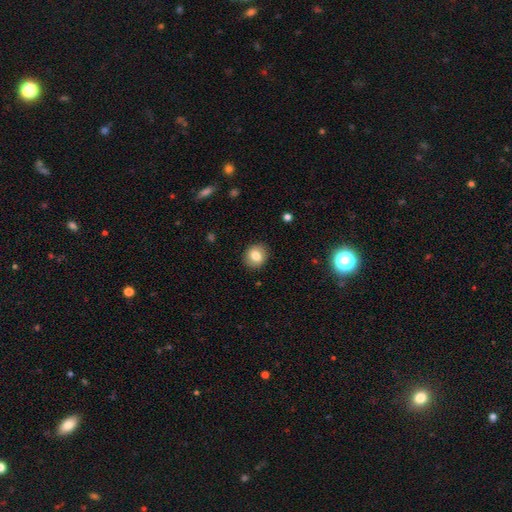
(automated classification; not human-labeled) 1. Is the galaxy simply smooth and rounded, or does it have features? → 80% smooth, 11% featured or disk, 9% star or artifact.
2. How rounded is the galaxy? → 76% round, 23% in between, 1% cigar-shaped.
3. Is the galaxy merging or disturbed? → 89% none, 8% minor disturbance, 2% major disturbance, 1% merger.